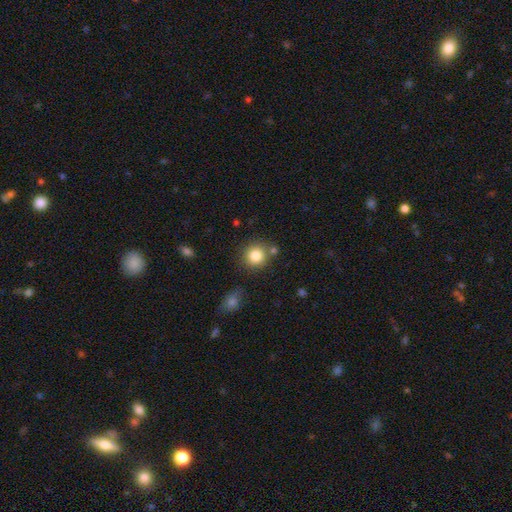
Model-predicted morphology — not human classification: smooth-or-featured: smooth: 83% | star or artifact: 10% | featured or disk: 7%
  how-rounded: round: 89% | in between: 10% | cigar-shaped: 1%
  merging: none: 76% | merger: 11% | minor disturbance: 10% | major disturbance: 3%